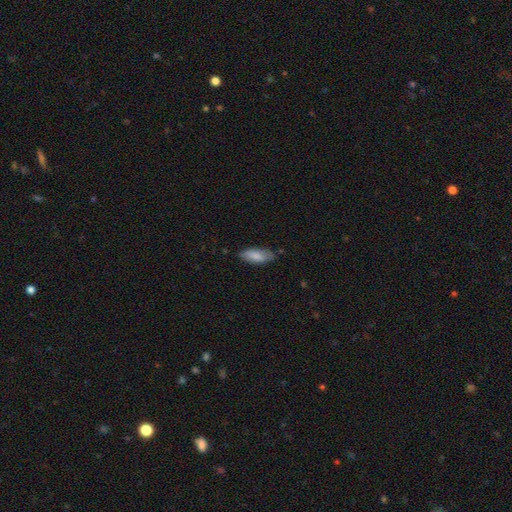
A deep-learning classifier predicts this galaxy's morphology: smooth_or_featured: smooth (p=0.83) [alt: featured or disk p=0.11]
how_rounded: in between (p=0.76) [alt: cigar-shaped p=0.22]
merging: none (p=0.75) [alt: minor disturbance p=0.20]